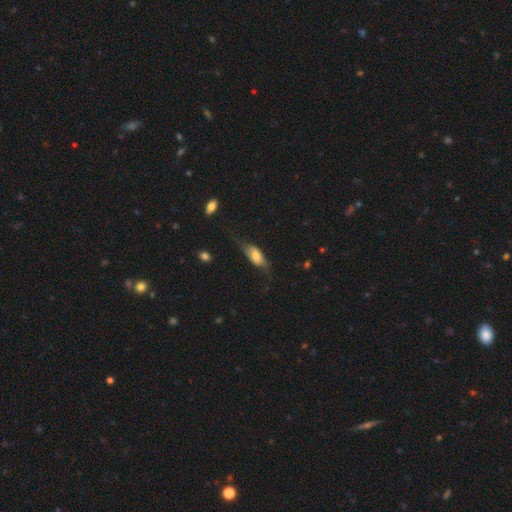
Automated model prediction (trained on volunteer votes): Overall: smooth (52%; featured or disk 41%). How rounded: in between (77%). Merging: none (50%; minor disturbance 28%).